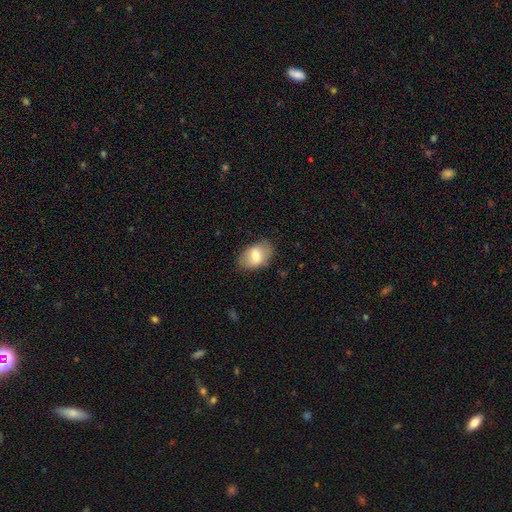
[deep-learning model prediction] smooth-or-featured: smooth: 65% | featured or disk: 28% | star or artifact: 7%
  how-rounded: in between: 88% | round: 11% | cigar-shaped: 1%
  merging: none: 77% | minor disturbance: 17% | major disturbance: 5% | merger: 1%